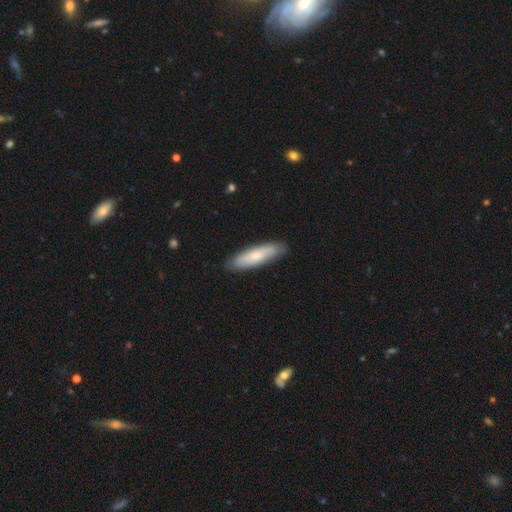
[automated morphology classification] Smooth or featured? Predicted: smooth (p=0.71). How rounded? Predicted: cigar-shaped (p=0.65). Merging? Predicted: none (p=0.85).